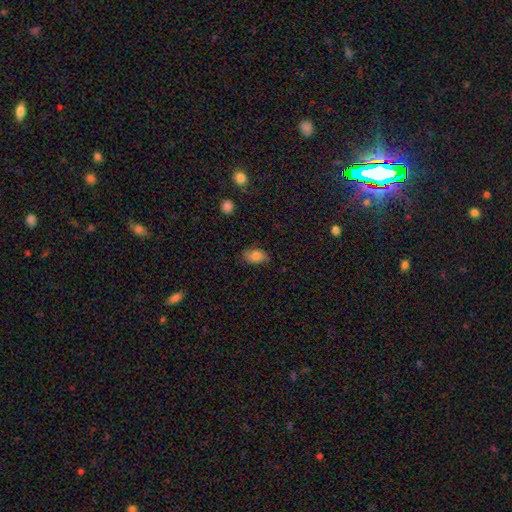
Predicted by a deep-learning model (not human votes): Overall: smooth (77%). How rounded: in between (87%). Merging: none (75%).